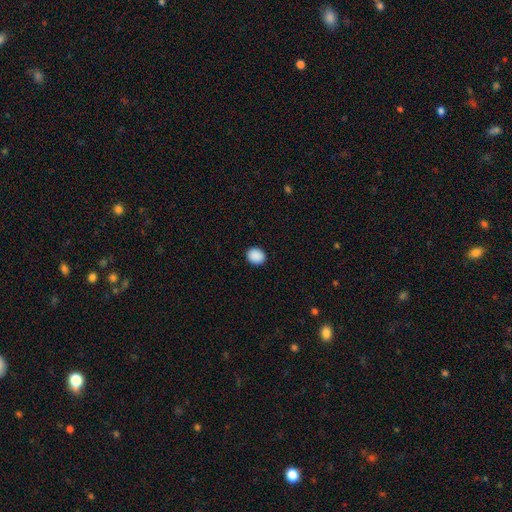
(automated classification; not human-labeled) Morphology: type=smooth (90%); roundness=round (65%); merging=none (91%).